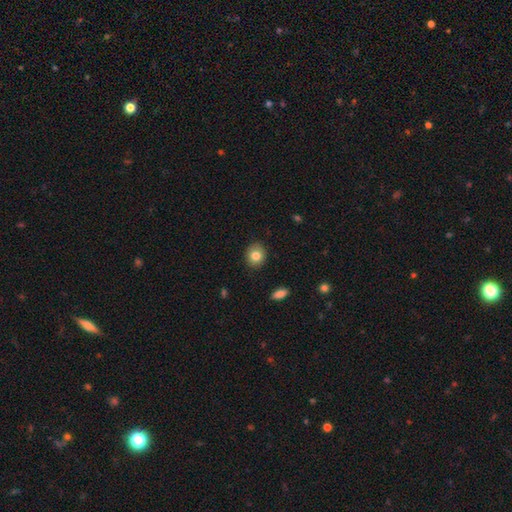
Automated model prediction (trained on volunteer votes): The model was most divided on "how rounded": round: 62%, in between: 37%, cigar-shaped: 1%. More confident: merging — none (88%); smooth or featured — smooth (81%).